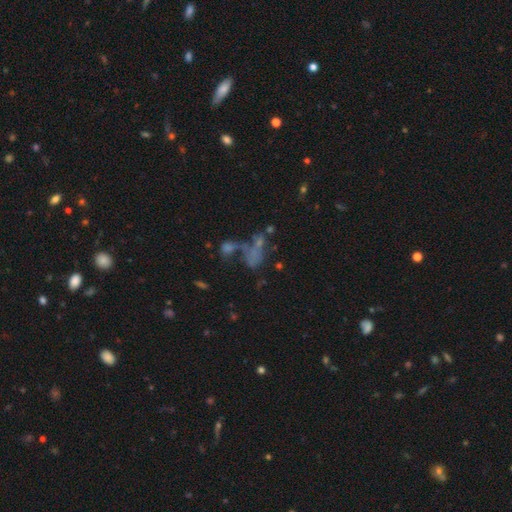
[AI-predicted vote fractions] smooth_or_featured: star or artifact (p=0.41) [alt: smooth p=0.34]